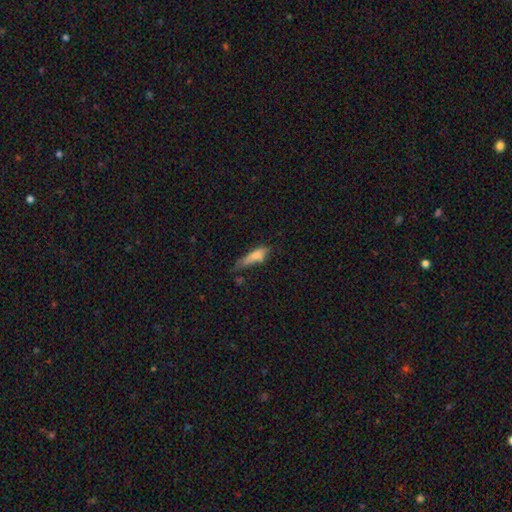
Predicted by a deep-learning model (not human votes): The model was most divided on "merging": minor disturbance: 36%, none: 34%, major disturbance: 21%, merger: 9%. More confident: smooth or featured — smooth (71%); how rounded — cigar-shaped (60%).